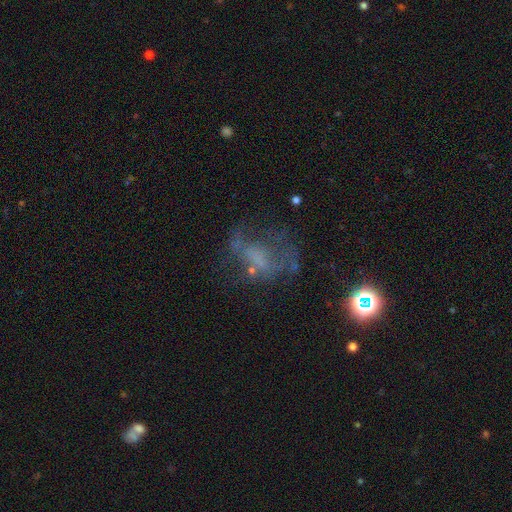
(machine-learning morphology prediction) Smooth or featured? featured or disk (48%)
Merging? none (43%)